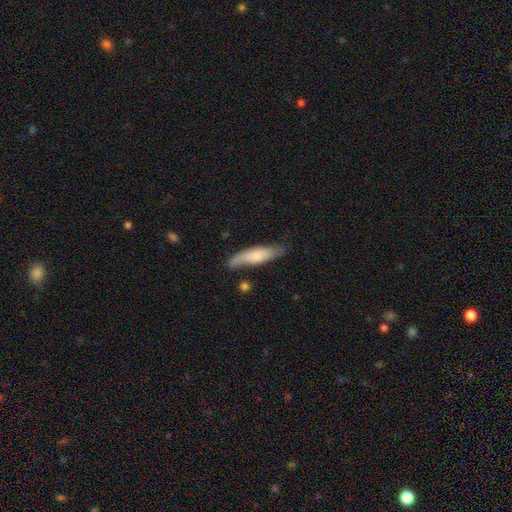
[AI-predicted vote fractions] smooth_or_featured: smooth (p=0.63) [alt: featured or disk p=0.32]
how_rounded: cigar-shaped (p=0.65) [alt: in between p=0.33]
merging: none (p=0.64) [alt: minor disturbance p=0.26]